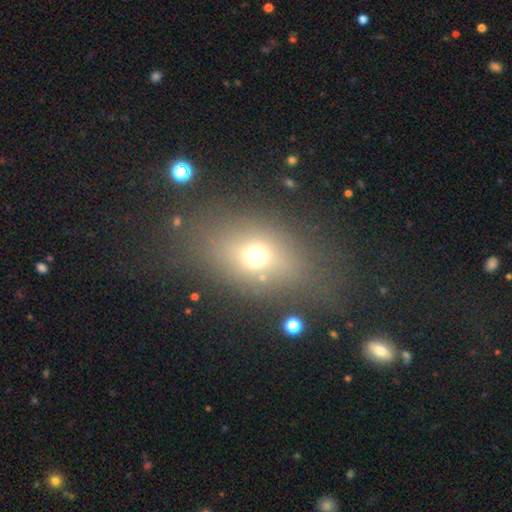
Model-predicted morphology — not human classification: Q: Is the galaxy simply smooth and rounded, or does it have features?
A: smooth — 65%.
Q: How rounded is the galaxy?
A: in between — 65%.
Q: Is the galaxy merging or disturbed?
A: none — 70%.